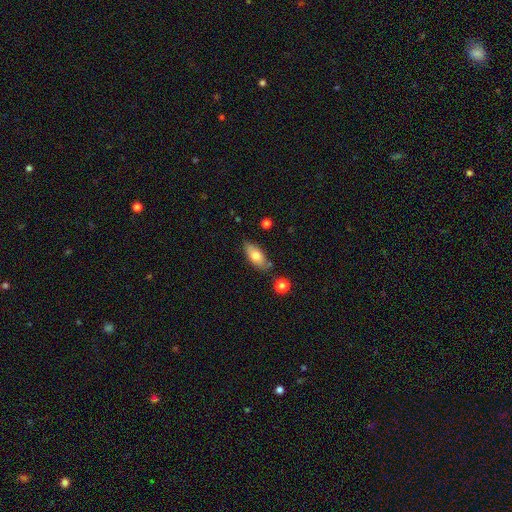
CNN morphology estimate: smooth_or_featured: smooth (p=0.72) [alt: featured or disk p=0.21]
how_rounded: in between (p=0.85) [alt: cigar-shaped p=0.11]
merging: none (p=0.76) [alt: minor disturbance p=0.16]